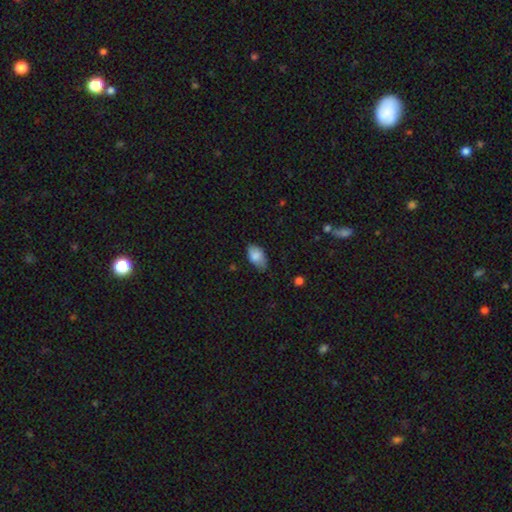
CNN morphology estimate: This appears to be a smooth galaxy with no disk features (82%) that is in between round and cigar-shaped (93%). Merging: none (65%).